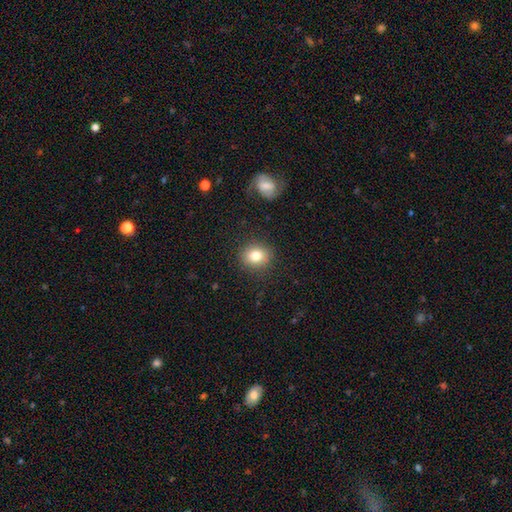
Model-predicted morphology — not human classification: This appears to be a smooth galaxy with no disk features (81%) that is round (74%). Merging: none (87%).